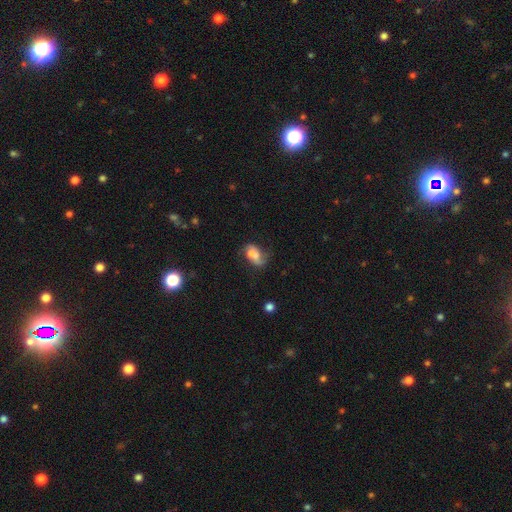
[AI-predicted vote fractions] This appears to be a smooth galaxy with no disk features (47%). Merging: none (36%).